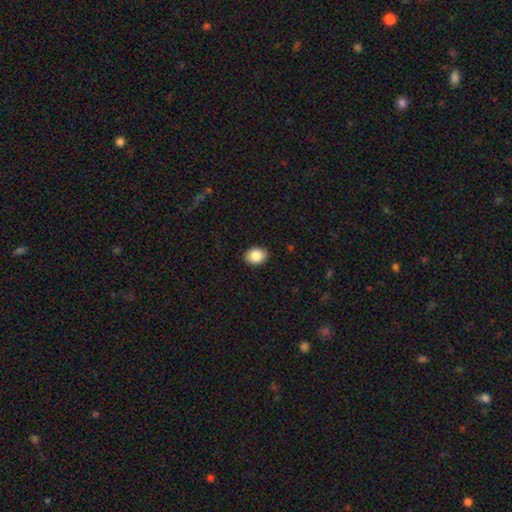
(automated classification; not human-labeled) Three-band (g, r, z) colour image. It shows a smooth galaxy with no disk features (87%) that is in between round and cigar-shaped (66%). Merging: none (90%).